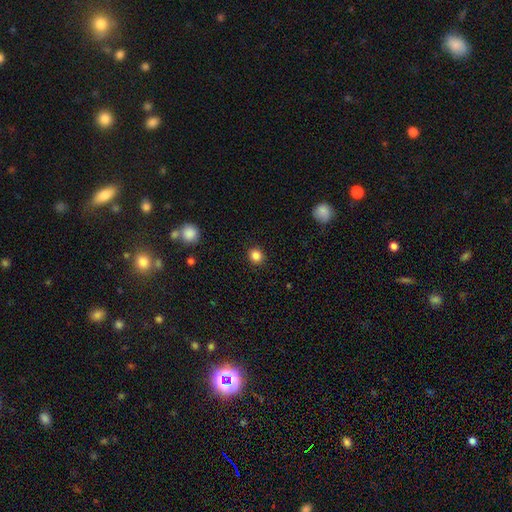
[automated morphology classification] smooth-or-featured: smooth: 85% | star or artifact: 11% | featured or disk: 4%
  how-rounded: round: 85% | in between: 14% | cigar-shaped: 1%
  merging: none: 91% | minor disturbance: 6% | major disturbance: 2% | merger: 1%